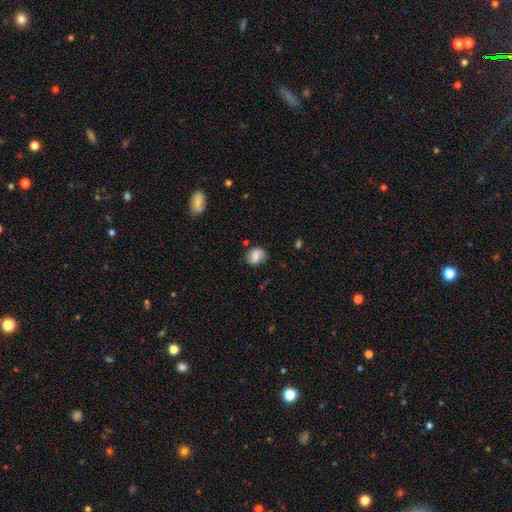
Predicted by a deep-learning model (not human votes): Smooth or featured? smooth (57%)
How rounded? round (58%)
Merging? none (68%)